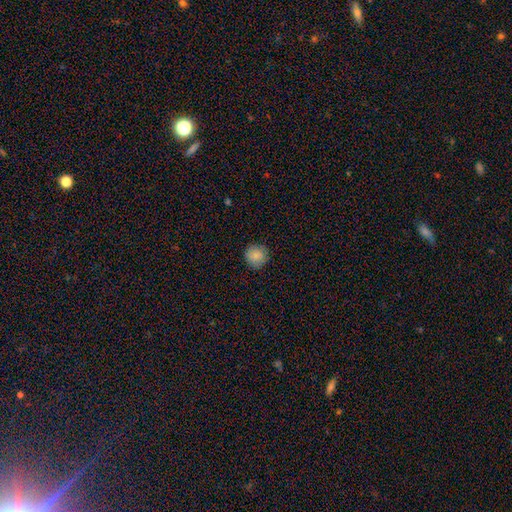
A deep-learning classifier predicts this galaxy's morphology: Overall: smooth (87%). How rounded: round (93%). Merging: none (88%).